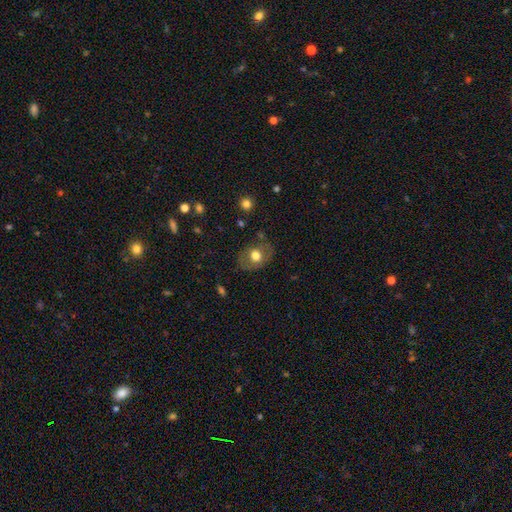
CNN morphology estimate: A smooth galaxy with no disk features (63%) that is in between round and cigar-shaped (53%). Merging: none (75%).